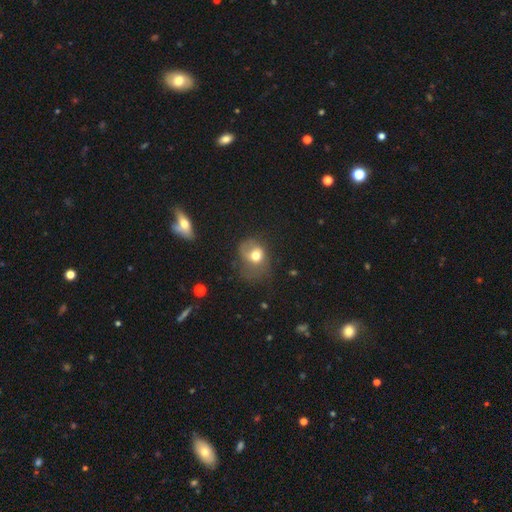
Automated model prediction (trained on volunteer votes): The model was most divided on "how rounded": round: 54%, in between: 45%, cigar-shaped: 1%. Remaining: smooth or featured — smooth (63%); merging — major disturbance (39%).